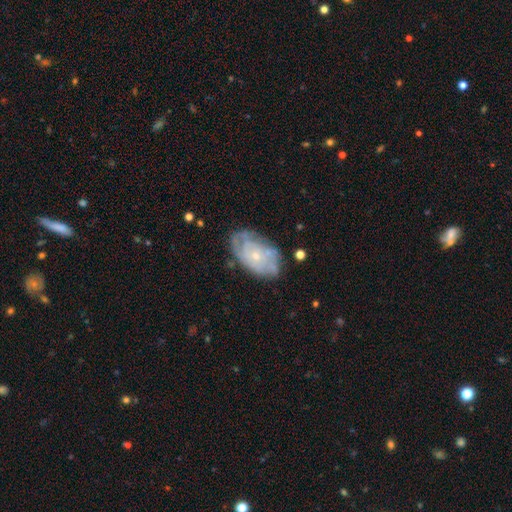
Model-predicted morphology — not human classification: smooth-or-featured: featured or disk: 69% | smooth: 24% | star or artifact: 7%
  disk-edge-on: no: 95% | yes: 5%
    bar: no: 82% | weak: 15% | strong: 3%
    has-spiral-arms: yes: 75% | no: 25%
    bulge-size: small: 72% | moderate: 23% | none: 2% | large: 1% | dominant: 1%
  merging: none: 68% | minor disturbance: 22% | major disturbance: 8% | merger: 3%